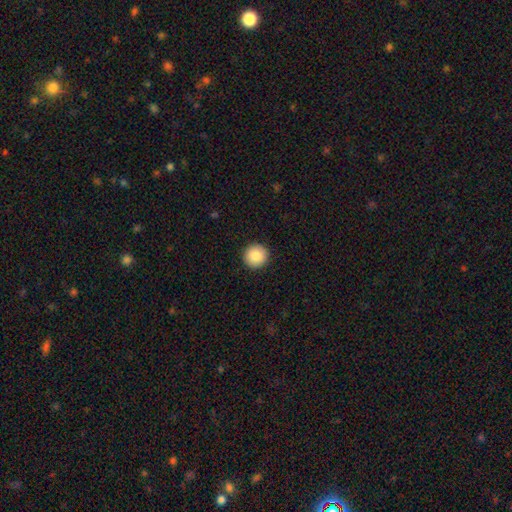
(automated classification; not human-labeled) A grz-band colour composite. It shows a smooth galaxy with no disk features (87%) that is round (95%). Merging: none (93%).